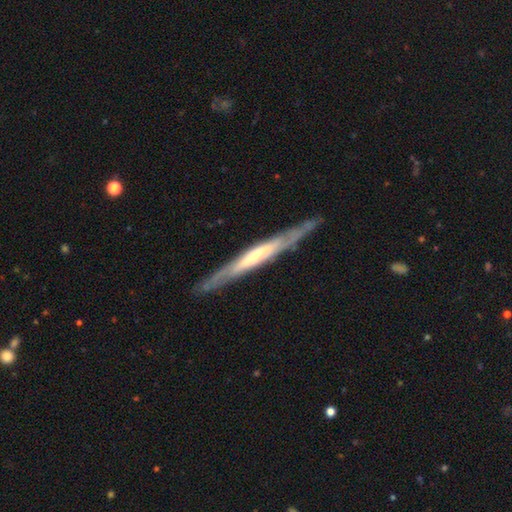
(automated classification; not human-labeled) This appears to be a featured or disk galaxy (70%) viewed edge-on (86%) with no central bulge (52%). Merging: none (81%).